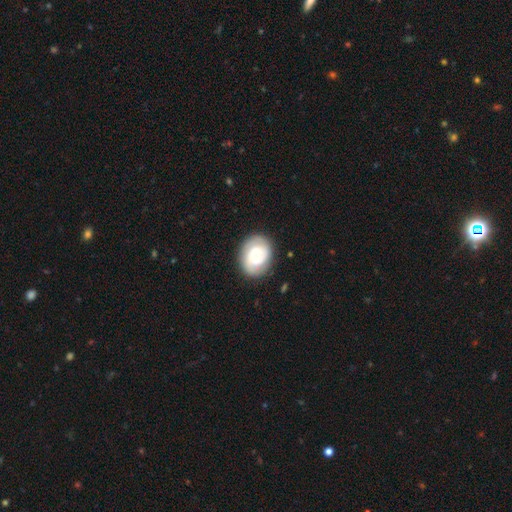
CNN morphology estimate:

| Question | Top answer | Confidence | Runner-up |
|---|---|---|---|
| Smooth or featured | featured or disk | 63% | smooth (31%) |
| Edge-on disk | no | 97% | yes (3%) |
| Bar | no | 47% | weak (42%) |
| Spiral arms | yes | 85% | no (15%) |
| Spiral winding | tight | 61% | medium (30%) |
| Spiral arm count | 2 | 55% | can't tell (25%) |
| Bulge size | moderate | 52% | small (38%) |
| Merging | none | 82% | minor disturbance (13%) |